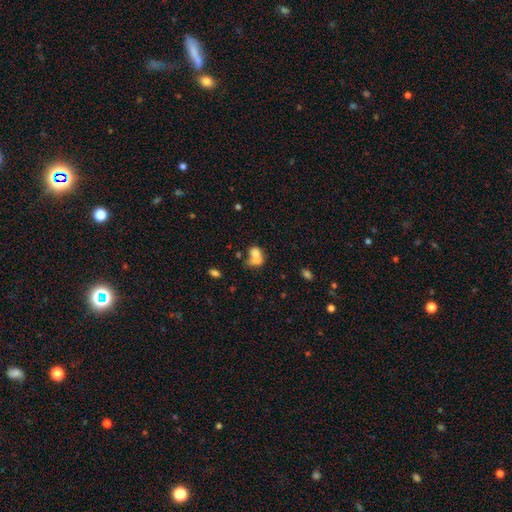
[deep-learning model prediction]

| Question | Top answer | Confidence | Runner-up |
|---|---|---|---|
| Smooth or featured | smooth | 71% | featured or disk (18%) |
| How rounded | in between | 70% | round (28%) |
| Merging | merger | 58% | none (20%) |